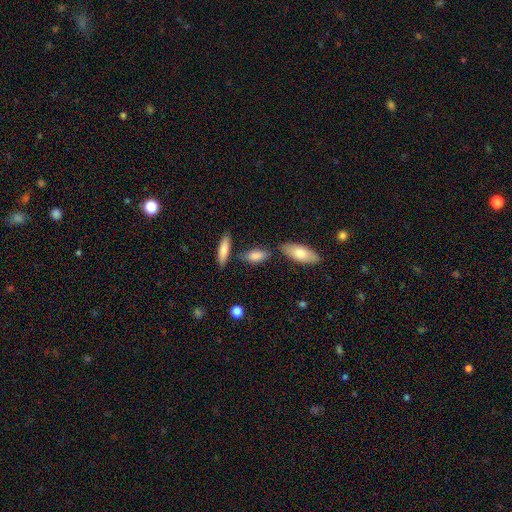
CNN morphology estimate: This appears to be a smooth galaxy with no disk features (82%) that is in between round and cigar-shaped (75%). Merging: none (69%).